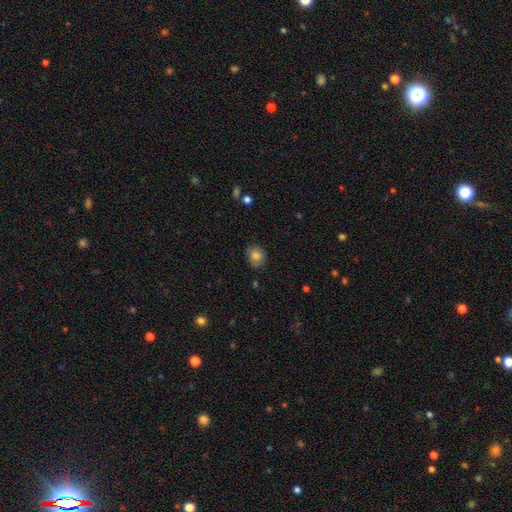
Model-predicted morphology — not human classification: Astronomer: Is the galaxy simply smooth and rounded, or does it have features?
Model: smooth — 82%.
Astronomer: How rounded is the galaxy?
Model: round — 67%.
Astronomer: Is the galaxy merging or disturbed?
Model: none — 81%.